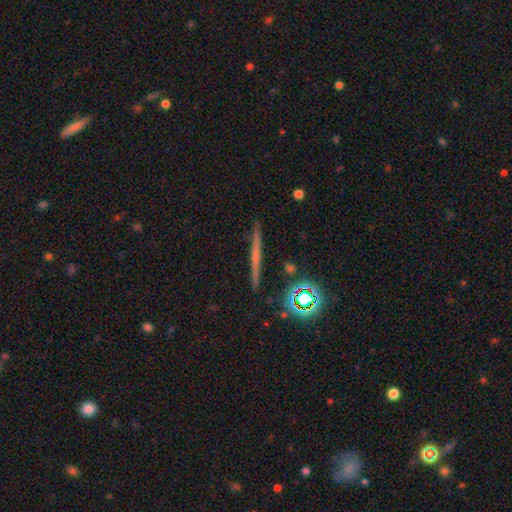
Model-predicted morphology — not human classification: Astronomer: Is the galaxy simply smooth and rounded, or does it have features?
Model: featured or disk — 51% (runner-up: smooth, 34%).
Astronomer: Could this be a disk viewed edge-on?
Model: yes — 96%.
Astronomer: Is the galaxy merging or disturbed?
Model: none — 91%.